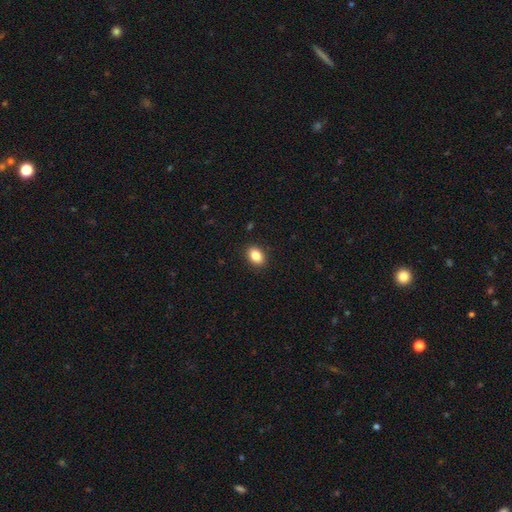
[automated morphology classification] The model was most divided on "how rounded": in between: 79%, round: 19%, cigar-shaped: 1%. More confident: merging — none (90%); smooth or featured — smooth (85%).